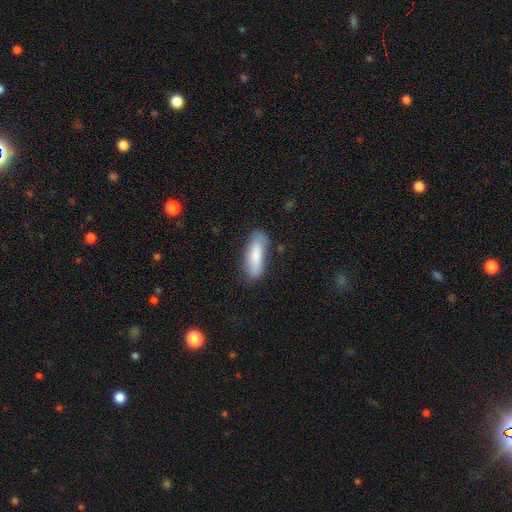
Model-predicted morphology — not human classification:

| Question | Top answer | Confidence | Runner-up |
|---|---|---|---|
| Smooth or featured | smooth | 78% | featured or disk (15%) |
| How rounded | in between | 50% | cigar-shaped (48%) |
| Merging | none | 74% | minor disturbance (19%) |